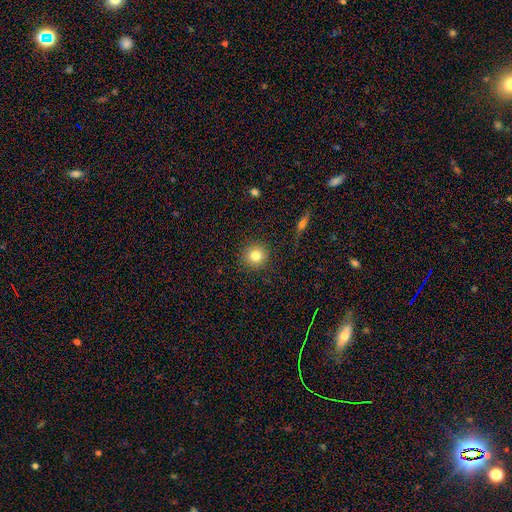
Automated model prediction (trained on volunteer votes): Overall: smooth (82%). How rounded: round (91%). Merging: none (90%).